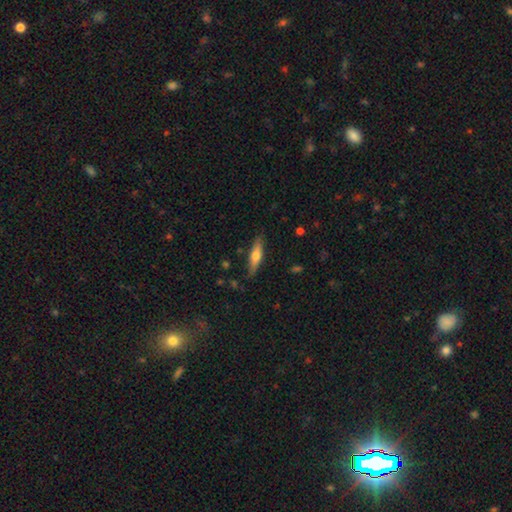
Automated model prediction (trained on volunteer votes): smooth-or-featured: smooth: 57% | featured or disk: 37% | star or artifact: 6%
  how-rounded: cigar-shaped: 71% | in between: 27% | round: 2%
  merging: none: 85% | minor disturbance: 12% | major disturbance: 2% | merger: 2%